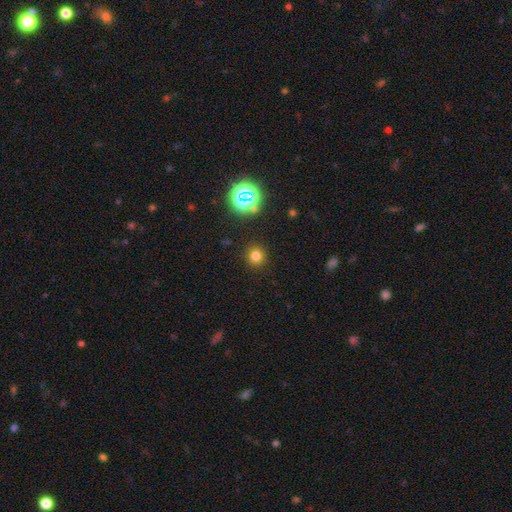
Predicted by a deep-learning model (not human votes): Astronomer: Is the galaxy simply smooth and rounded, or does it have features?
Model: smooth — 74%.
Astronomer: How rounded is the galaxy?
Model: round — 90%.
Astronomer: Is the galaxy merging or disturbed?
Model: none — 90%.